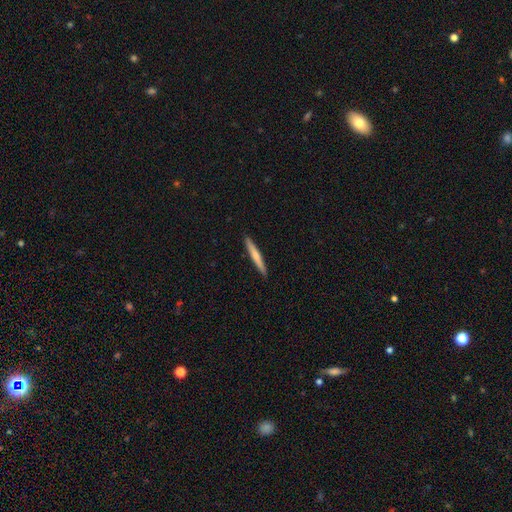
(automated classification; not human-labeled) Q: Smooth or featured?
A: smooth (56%); runner-up: featured or disk (38%)
Q: How rounded?
A: cigar-shaped (96%); runner-up: in between (3%)
Q: Merging?
A: none (92%); runner-up: minor disturbance (6%)